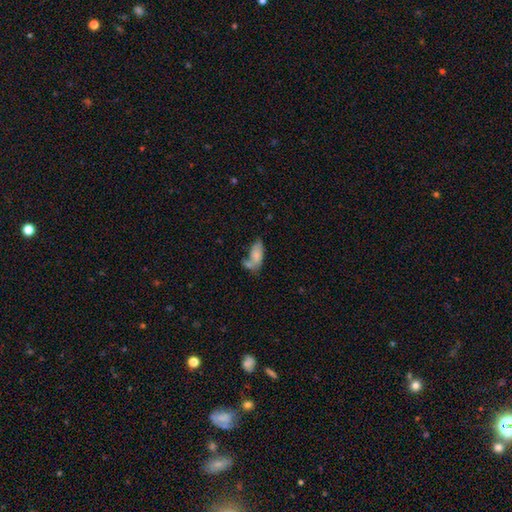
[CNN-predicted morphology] This appears to be a smooth galaxy with no disk features (75%) that is in between round and cigar-shaped (87%). Merging: merger (39%).